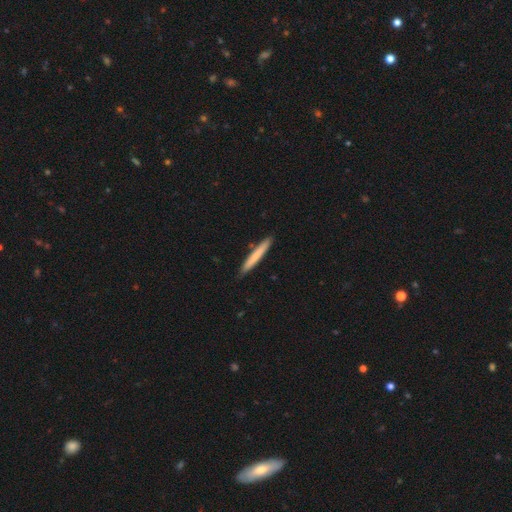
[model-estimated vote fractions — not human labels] Smooth or featured?
  - smooth: 72% *
  - featured or disk: 22%
  - star or artifact: 6%
How rounded?
  - cigar-shaped: 96% *
  - in between: 3%
  - round: 1%
Merging?
  - none: 89% *
  - minor disturbance: 8%
  - merger: 2%
  - major disturbance: 1%